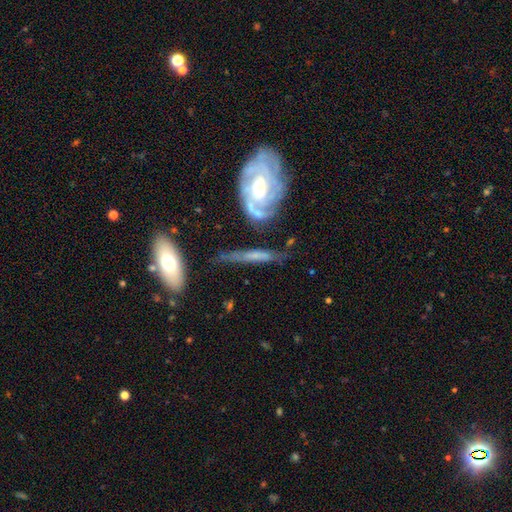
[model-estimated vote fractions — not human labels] Q: Smooth or featured?
A: featured or disk (60%); runner-up: smooth (30%)
Q: Edge-on disk?
A: no (55%); runner-up: yes (45%)
Q: Merging?
A: none (48%); runner-up: minor disturbance (23%)